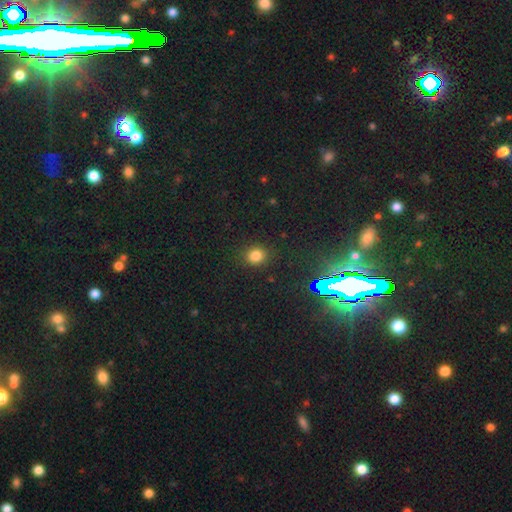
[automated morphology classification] This is likely a smooth galaxy (79%). How rounded: likely round (78%). Merging: clearly none (88%).